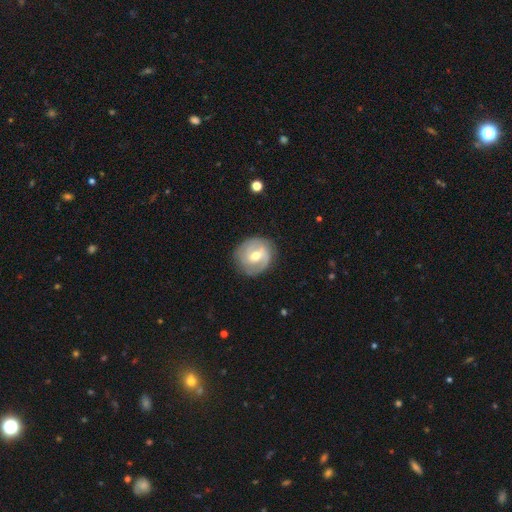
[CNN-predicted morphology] Overall: featured or disk (72%). Edge-on disk: no (97%). Bar: weak (54%; no 26%). Spiral arms: yes (86%). Spiral arm count: 2 (66%). Spiral winding: tight (45%; medium 39%). Bulge size: moderate (67%; small 29%). Merging: none (81%).